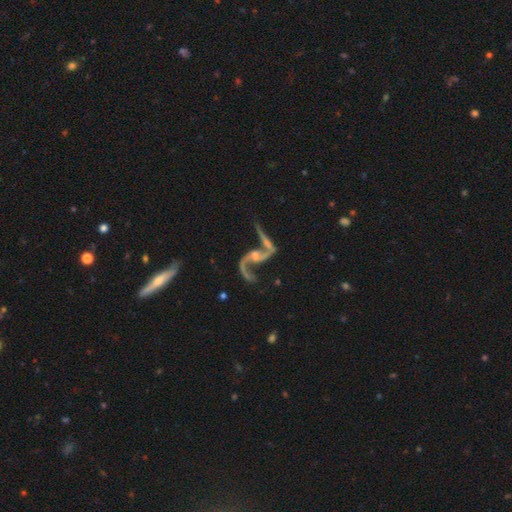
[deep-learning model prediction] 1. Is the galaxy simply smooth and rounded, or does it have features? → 55% featured or disk, 30% star or artifact, 15% smooth.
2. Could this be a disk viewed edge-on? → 74% no, 26% yes.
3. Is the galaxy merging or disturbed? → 49% none, 25% merger, 13% major disturbance, 13% minor disturbance.